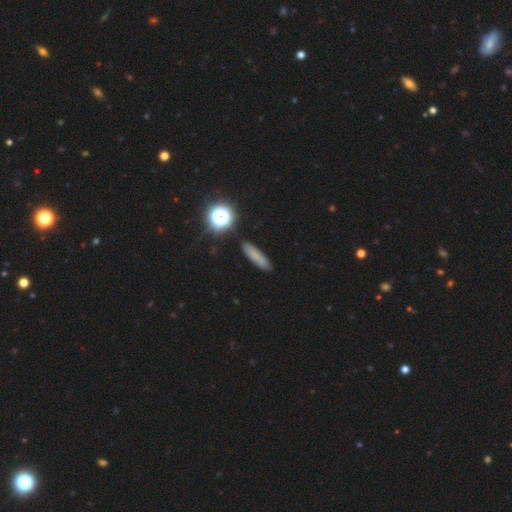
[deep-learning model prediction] smooth_or_featured: smooth (p=0.74) [alt: star or artifact p=0.15]
how_rounded: cigar-shaped (p=0.71) [alt: in between p=0.24]
merging: none (p=0.86) [alt: minor disturbance p=0.09]